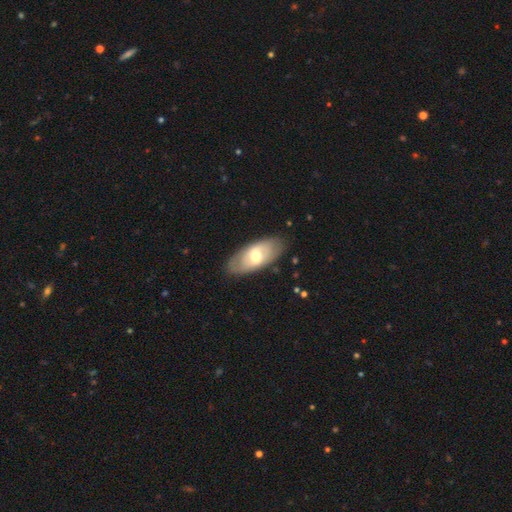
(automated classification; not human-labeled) Smooth or featured? featured or disk (51%)
Edge-on disk? no (86%)
Merging? none (82%)